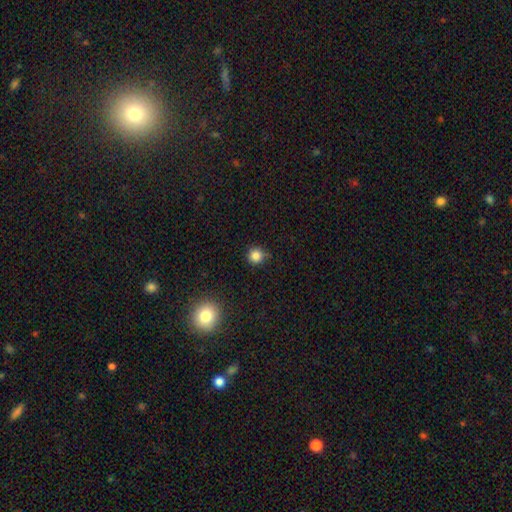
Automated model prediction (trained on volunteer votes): Smooth or featured?
  - smooth: 84% *
  - star or artifact: 12%
  - featured or disk: 4%
How rounded?
  - round: 93% *
  - in between: 6%
  - cigar-shaped: 1%
Merging?
  - none: 84% *
  - minor disturbance: 12%
  - major disturbance: 3%
  - merger: 2%